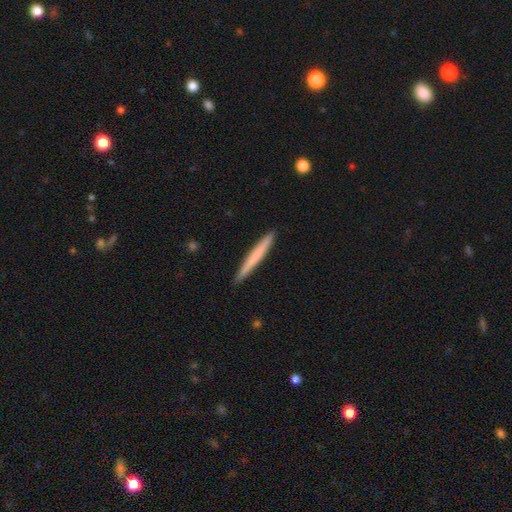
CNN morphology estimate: A smooth galaxy with no disk features (67%) that is cigar-shaped (97%). Merging: none (92%).